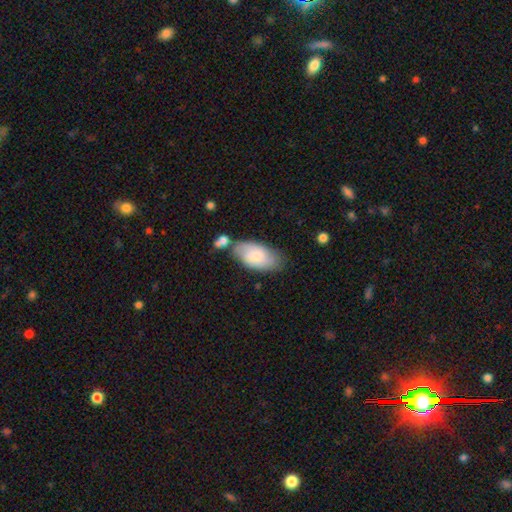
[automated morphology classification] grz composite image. It shows a smooth galaxy with no disk features (71%) that is in between round and cigar-shaped (93%). Merging: none (60%).